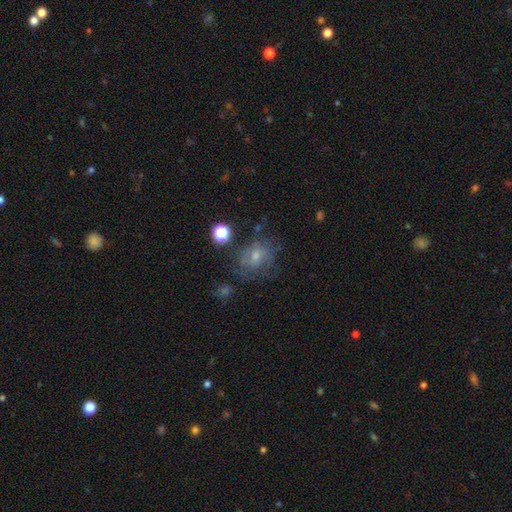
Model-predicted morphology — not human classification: type=featured or disk (42%); merging=none (56%).